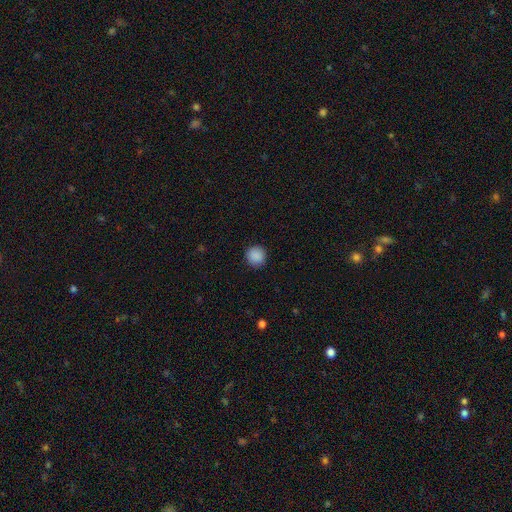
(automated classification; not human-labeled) Smooth or featured?
  - smooth: 89% *
  - star or artifact: 9%
  - featured or disk: 2%
How rounded?
  - round: 94% *
  - in between: 5%
  - cigar-shaped: 1%
Merging?
  - none: 92% *
  - minor disturbance: 6%
  - major disturbance: 2%
  - merger: 1%